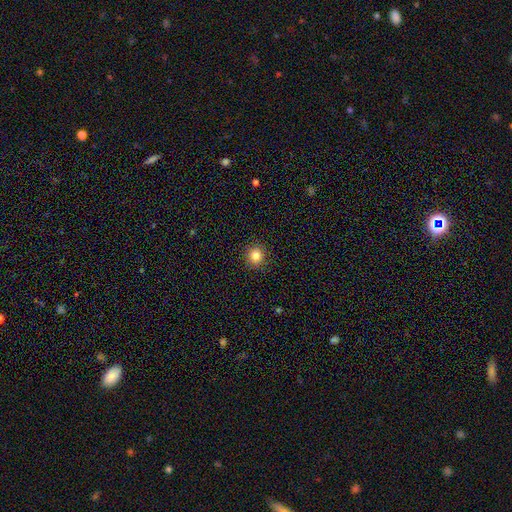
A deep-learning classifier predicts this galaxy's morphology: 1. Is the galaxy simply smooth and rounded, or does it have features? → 83% smooth, 12% star or artifact, 5% featured or disk.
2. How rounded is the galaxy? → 91% round, 8% in between, 1% cigar-shaped.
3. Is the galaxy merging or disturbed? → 92% none, 5% minor disturbance, 2% major disturbance, 1% merger.